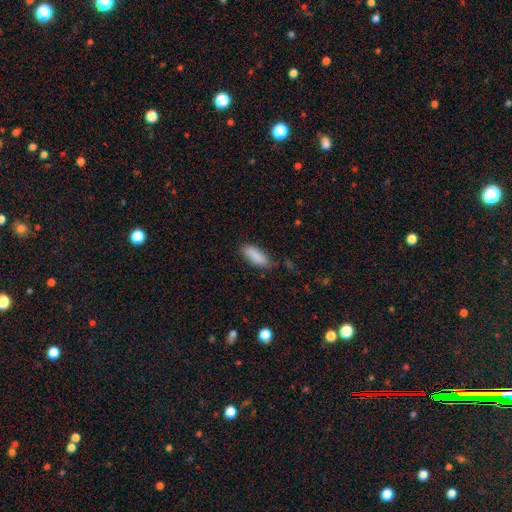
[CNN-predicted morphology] Smooth or featured: smooth — 88% (star or artifact — 7%)
How rounded: in between — 77% (cigar-shaped — 22%)
Merging: none — 73% (minor disturbance — 21%)